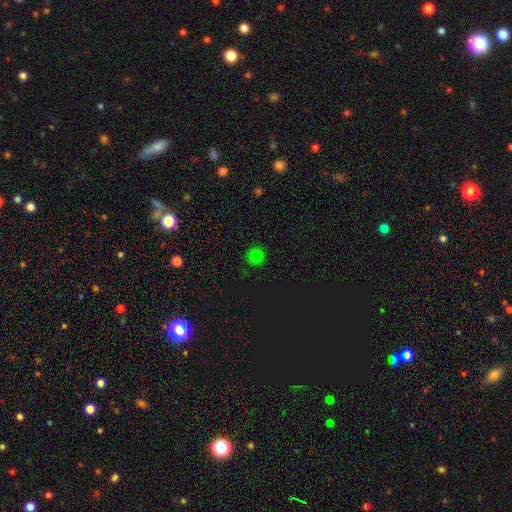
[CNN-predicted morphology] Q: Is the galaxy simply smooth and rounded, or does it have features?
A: smooth — 76%.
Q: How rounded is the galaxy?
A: round — 93%.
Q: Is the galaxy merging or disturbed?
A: none — 90%.